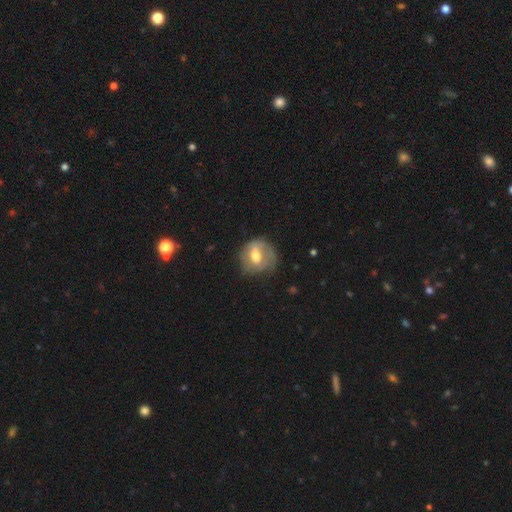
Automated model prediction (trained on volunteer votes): Smooth or featured? smooth (48%)
Merging? none (59%)